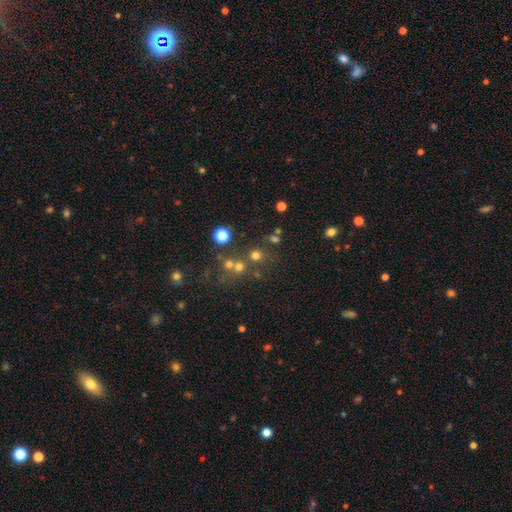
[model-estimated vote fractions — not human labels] A smooth galaxy with no disk features (58%) that is round (89%).

Vote fractions:
- Smooth or featured? smooth: 58% / star or artifact: 30% / featured or disk: 12%
- How rounded? round: 89% / in between: 10% / cigar-shaped: 1%
- Merging? none: 62% / merger: 26% / minor disturbance: 8% / major disturbance: 4%